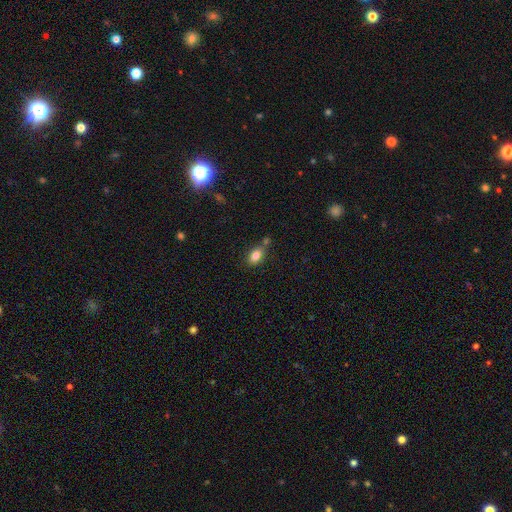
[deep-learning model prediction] Smooth or featured: smooth — 81% (featured or disk — 10%)
How rounded: in between — 85% (round — 12%)
Merging: none — 67% (merger — 15%)